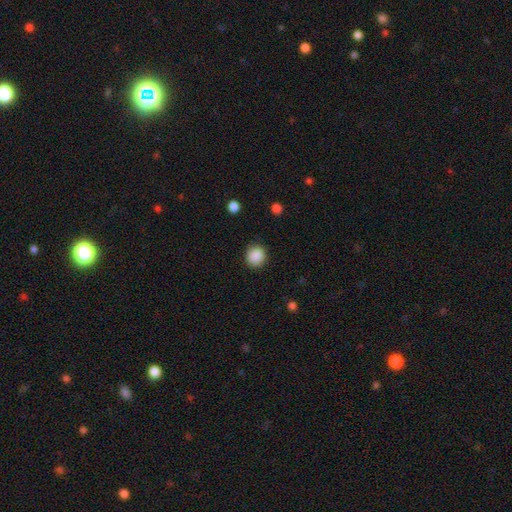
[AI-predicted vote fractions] A smooth galaxy with no disk features (89%) that is round (84%).

Vote fractions:
- Smooth or featured? smooth: 89% / star or artifact: 9% / featured or disk: 3%
- How rounded? round: 84% / in between: 15% / cigar-shaped: 1%
- Merging? none: 88% / minor disturbance: 8% / major disturbance: 3% / merger: 1%